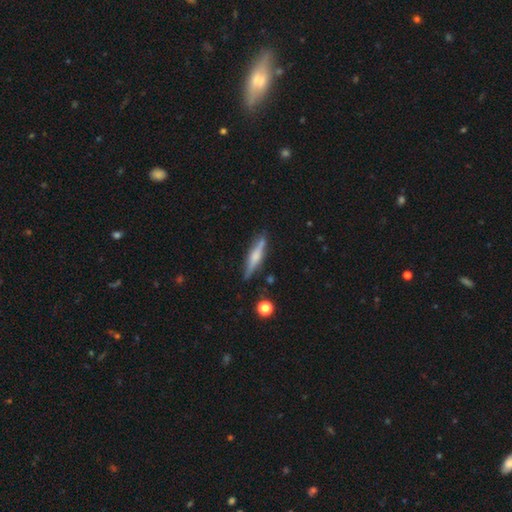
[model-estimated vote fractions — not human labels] Smooth or featured: featured or disk — 54% (smooth — 39%)
Edge-on disk: yes — 96% (no — 4%)
Edge-on bulge: rounded — 71% (boxy — 16%)
Merging: none — 84% (minor disturbance — 11%)